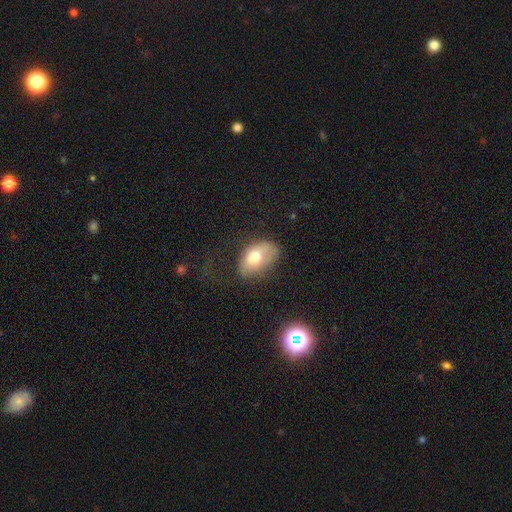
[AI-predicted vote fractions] Smooth or featured? smooth (71%)
How rounded? in between (90%)
Merging? none (49%)